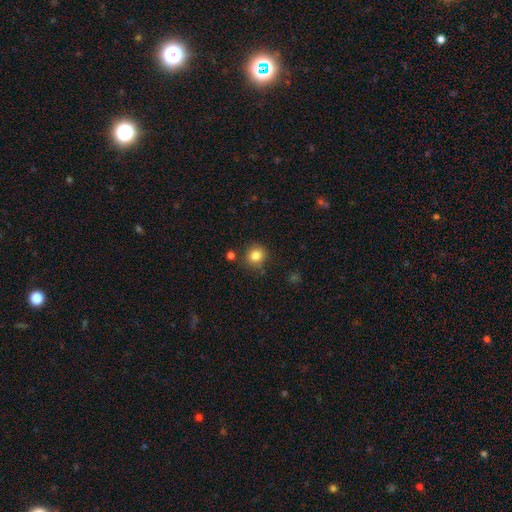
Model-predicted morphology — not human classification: type=smooth (83%); roundness=round (91%); merging=none (84%).